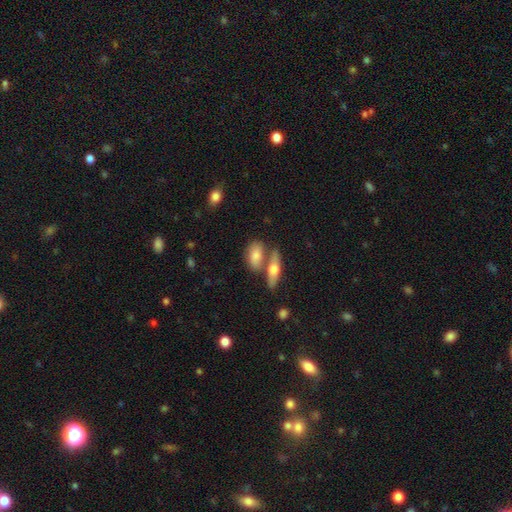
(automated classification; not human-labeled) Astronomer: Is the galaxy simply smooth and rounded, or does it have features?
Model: smooth — 72%.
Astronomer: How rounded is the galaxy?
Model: in between — 82%.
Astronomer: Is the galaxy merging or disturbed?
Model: none — 47% (runner-up: merger, 37%).